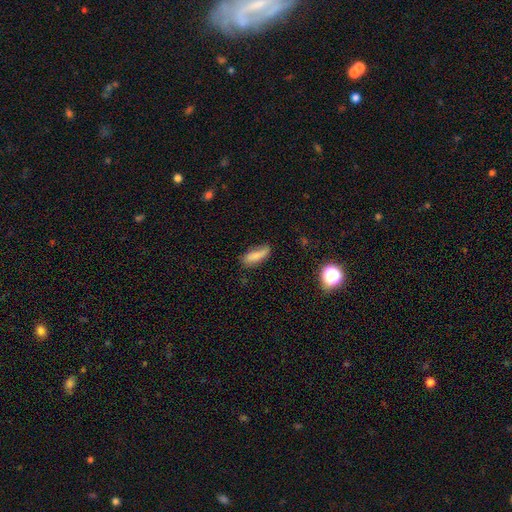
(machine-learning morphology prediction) Smooth or featured? Predicted: smooth (p=0.79). How rounded? Predicted: in between (p=0.62). Merging? Predicted: none (p=0.61).